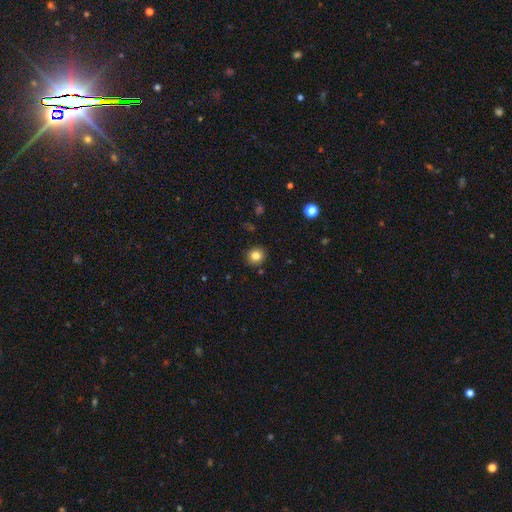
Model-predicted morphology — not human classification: Smooth or featured? Predicted: smooth (p=0.82). How rounded? Predicted: round (p=0.88). Merging? Predicted: none (p=0.90).